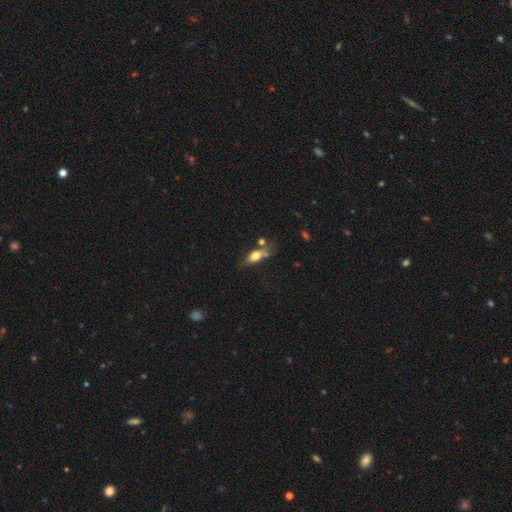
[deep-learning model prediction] Smooth or featured: smooth — 65% (featured or disk — 27%)
How rounded: in between — 71% (cigar-shaped — 22%)
Merging: none — 47% (minor disturbance — 22%)